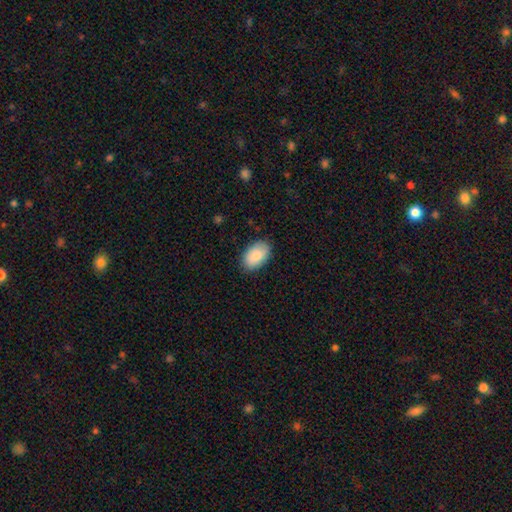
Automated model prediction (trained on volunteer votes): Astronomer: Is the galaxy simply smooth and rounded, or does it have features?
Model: smooth — 86%.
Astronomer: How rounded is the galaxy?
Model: in between — 93%.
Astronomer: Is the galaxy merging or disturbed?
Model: none — 85%.